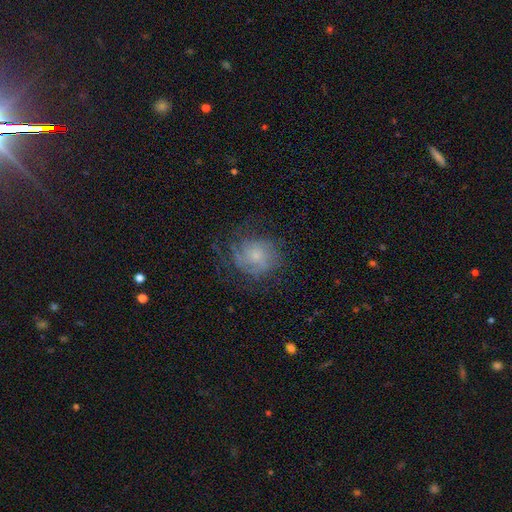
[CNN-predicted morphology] This is possibly a featured or disk galaxy (56%). It is clearly not viewed edge-on (97%). Bar: likely no (80%). Spiral arm pattern: clearly yes (82%). Central bulge: likely small (61%). Merging: likely none (60%).